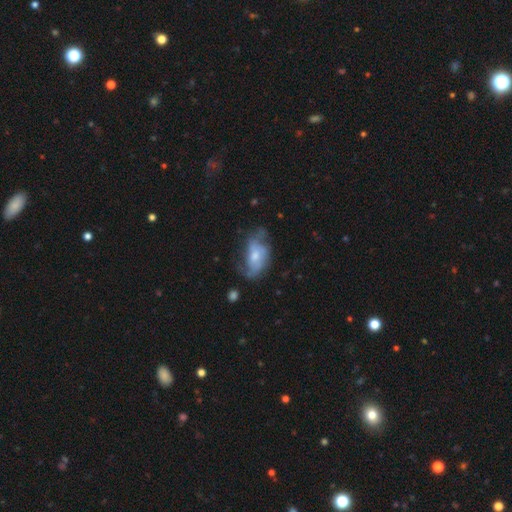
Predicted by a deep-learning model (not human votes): Smooth or featured?
  - featured or disk: 55% *
  - smooth: 38%
  - star or artifact: 8%
Edge-on disk?
  - no: 93% *
  - yes: 7%
Bar?
  - no: 68% *
  - weak: 27%
  - strong: 5%
Spiral arms?
  - yes: 65% *
  - no: 35%
Bulge size?
  - moderate: 49% *
  - small: 35%
  - large: 8%
  - none: 6%
  - dominant: 1%
Merging?
  - none: 43% *
  - minor disturbance: 30%
  - major disturbance: 24%
  - merger: 3%